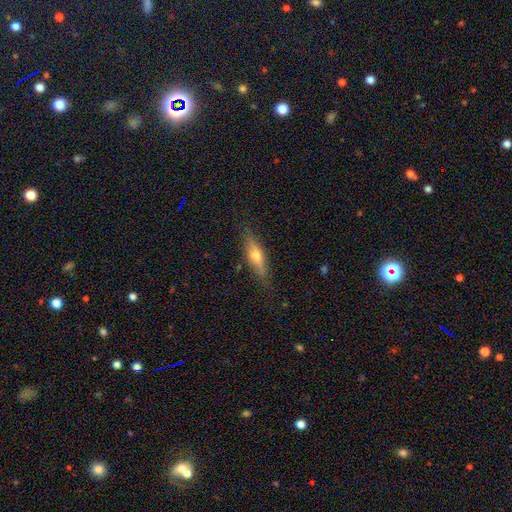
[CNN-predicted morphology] This appears to be a featured or disk galaxy (48%). Merging: none (81%).